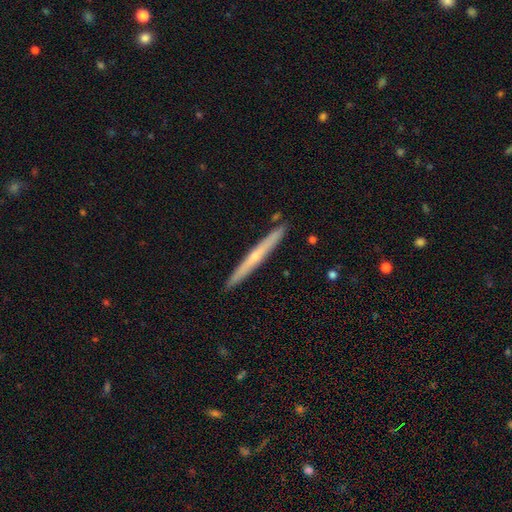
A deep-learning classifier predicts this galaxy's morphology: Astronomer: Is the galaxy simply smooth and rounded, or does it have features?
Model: featured or disk — 59% (runner-up: smooth, 35%).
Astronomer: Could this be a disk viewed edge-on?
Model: yes — 97%.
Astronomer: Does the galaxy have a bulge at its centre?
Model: rounded — 57% (runner-up: none, 41%).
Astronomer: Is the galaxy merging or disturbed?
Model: none — 92%.